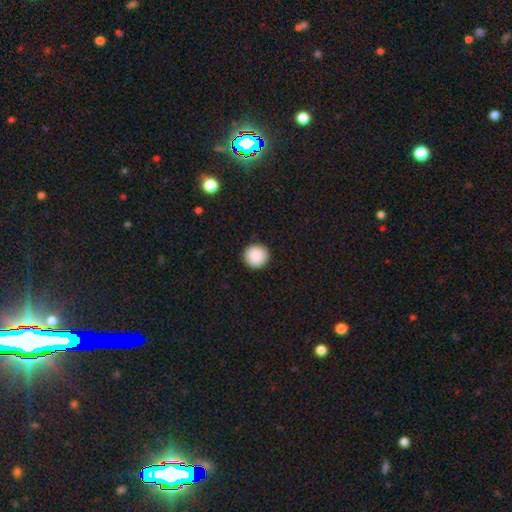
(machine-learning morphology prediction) Smooth or featured? smooth (89%)
How rounded? round (96%)
Merging? none (93%)